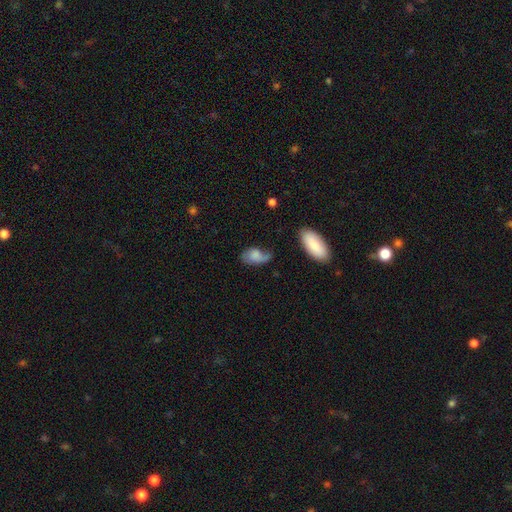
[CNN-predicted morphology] Q: Smooth or featured?
A: smooth (66%); runner-up: featured or disk (26%)
Q: How rounded?
A: in between (88%); runner-up: round (9%)
Q: Merging?
A: none (37%); runner-up: minor disturbance (33%)